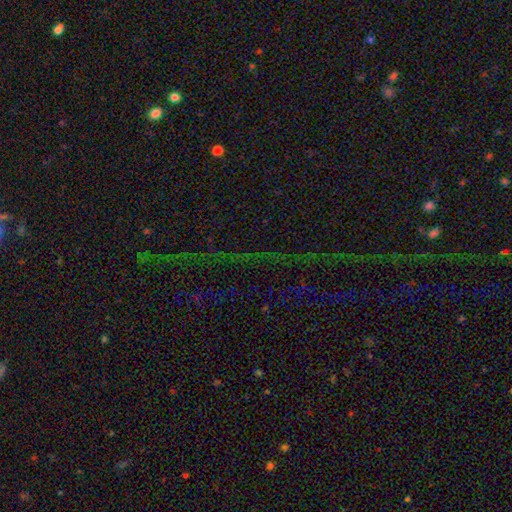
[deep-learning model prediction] Morphology: type=star or artifact (79%).